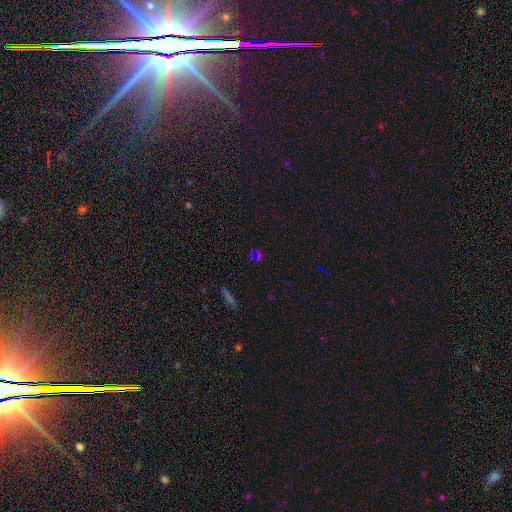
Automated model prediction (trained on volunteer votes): The model was most divided on "smooth or featured": star or artifact: 55%, smooth: 32%, featured or disk: 13%.